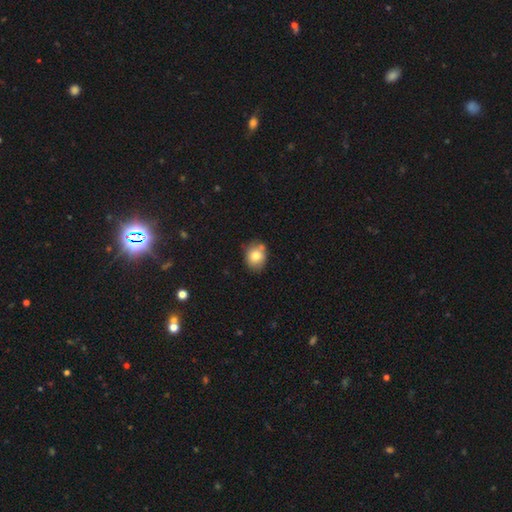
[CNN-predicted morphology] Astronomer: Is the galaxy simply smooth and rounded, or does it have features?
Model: smooth — 79%.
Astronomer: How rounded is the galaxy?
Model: round — 55% (runner-up: in between, 44%).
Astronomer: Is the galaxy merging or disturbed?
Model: none — 67%.